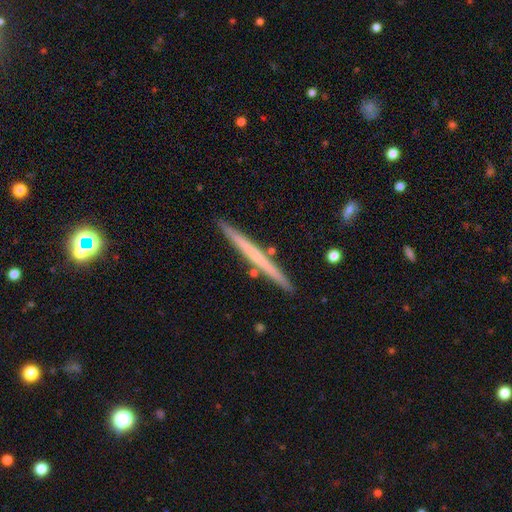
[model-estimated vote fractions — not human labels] Smooth or featured?
  - featured or disk: 51% *
  - smooth: 44%
  - star or artifact: 6%
Edge-on disk?
  - yes: 97% *
  - no: 3%
Merging?
  - none: 91% *
  - minor disturbance: 6%
  - merger: 2%
  - major disturbance: 1%